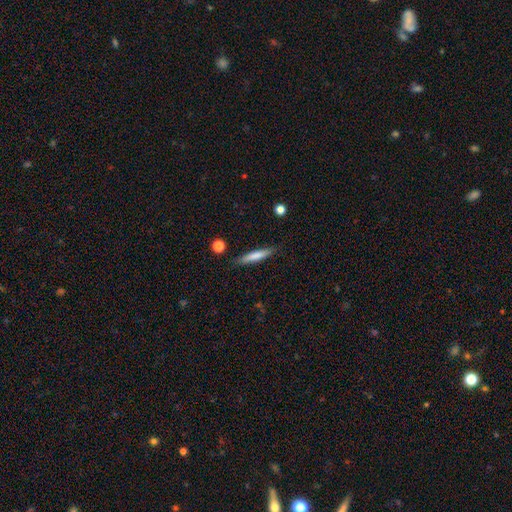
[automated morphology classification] smooth_or_featured: smooth (p=0.72) [alt: featured or disk p=0.22]
how_rounded: cigar-shaped (p=0.90) [alt: in between p=0.09]
merging: none (p=0.85) [alt: minor disturbance p=0.11]